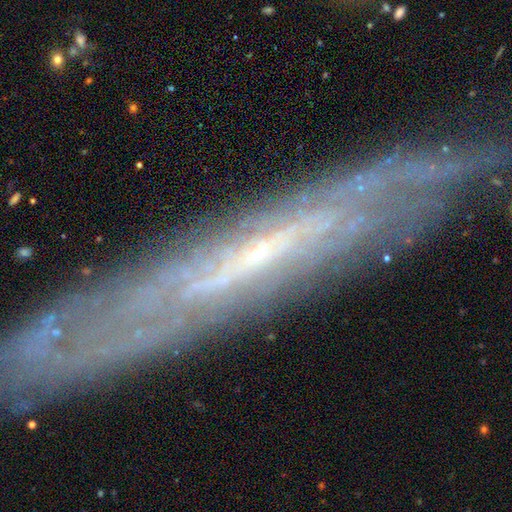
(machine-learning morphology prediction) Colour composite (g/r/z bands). It shows a featured or disk galaxy (76%) viewed edge-on (67%) with no central bulge (70%). Merging: none (77%).